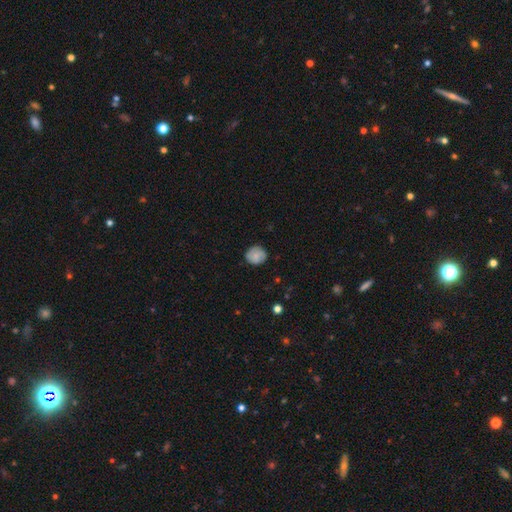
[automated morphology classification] Smooth or featured: smooth — 76% (featured or disk — 16%)
How rounded: round — 84% (in between — 15%)
Merging: none — 80% (minor disturbance — 16%)